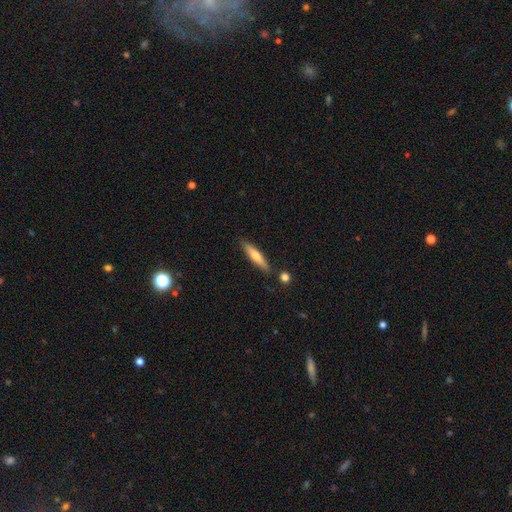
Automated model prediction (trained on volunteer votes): Morphology: type=smooth (54%); roundness=cigar-shaped (87%); merging=none (85%).